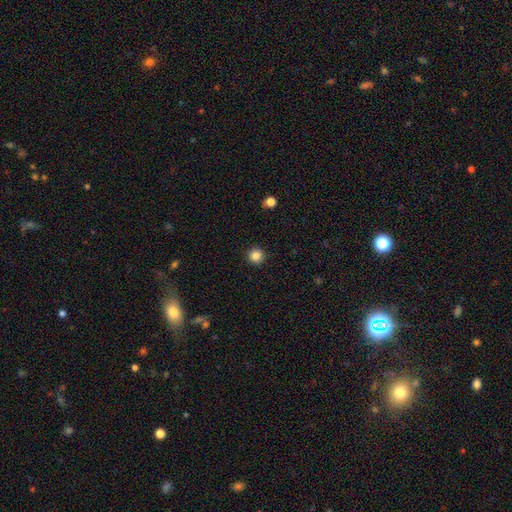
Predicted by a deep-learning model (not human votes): smooth 85%, star or artifact 11%, featured or disk 4%. Down the decision tree: how rounded — round (96%); merging — none (92%).